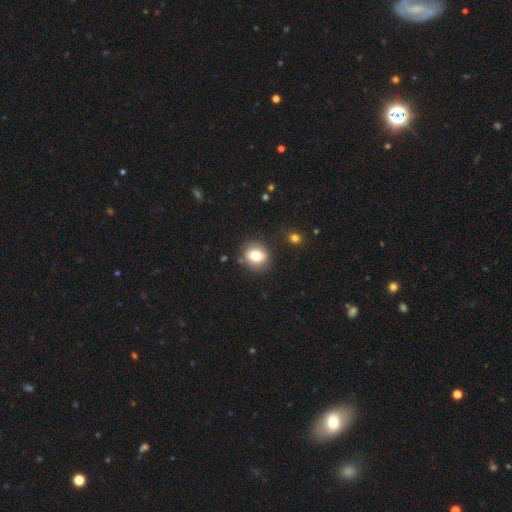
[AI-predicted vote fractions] Overall: smooth (80%). How rounded: round (69%; in between 30%). Merging: none (82%).